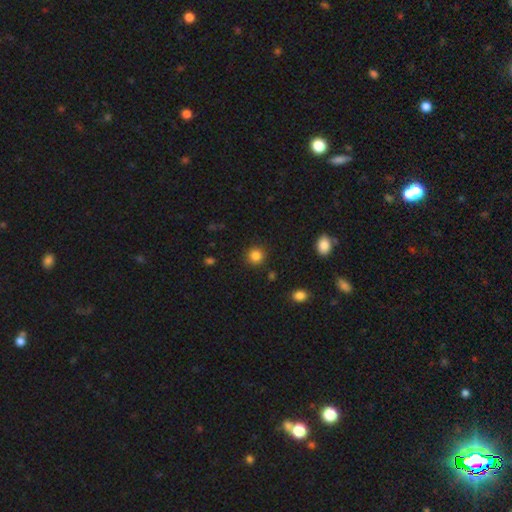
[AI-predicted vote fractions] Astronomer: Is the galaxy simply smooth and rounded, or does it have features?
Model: smooth — 85%.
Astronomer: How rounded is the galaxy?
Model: round — 92%.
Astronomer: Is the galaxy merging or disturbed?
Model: none — 90%.